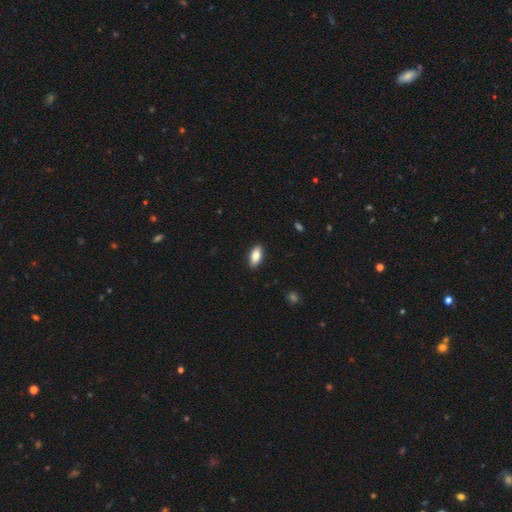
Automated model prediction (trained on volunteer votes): Smooth or featured? smooth (79%)
How rounded? in between (88%)
Merging? none (89%)